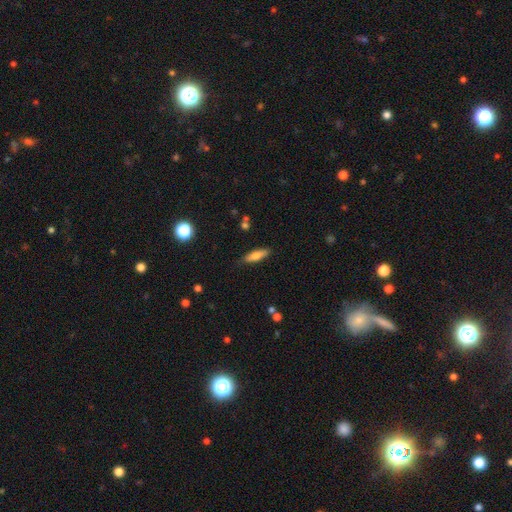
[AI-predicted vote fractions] Smooth or featured?
  - smooth: 68% *
  - featured or disk: 25%
  - star or artifact: 7%
How rounded?
  - cigar-shaped: 61% *
  - in between: 37%
  - round: 2%
Merging?
  - none: 82% *
  - minor disturbance: 13%
  - major disturbance: 3%
  - merger: 2%